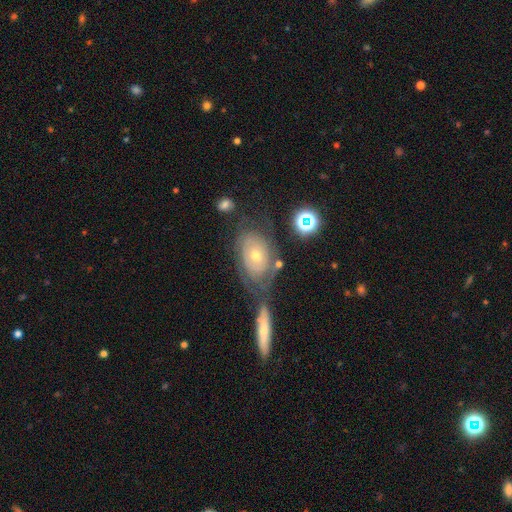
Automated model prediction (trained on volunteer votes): Q: Smooth or featured?
A: featured or disk (65%); runner-up: smooth (25%)
Q: Edge-on disk?
A: no (92%); runner-up: yes (8%)
Q: Bar?
A: no (85%); runner-up: weak (12%)
Q: Spiral arms?
A: yes (71%); runner-up: no (29%)
Q: Bulge size?
A: moderate (48%); runner-up: small (47%)
Q: Merging?
A: none (47%); runner-up: minor disturbance (21%)